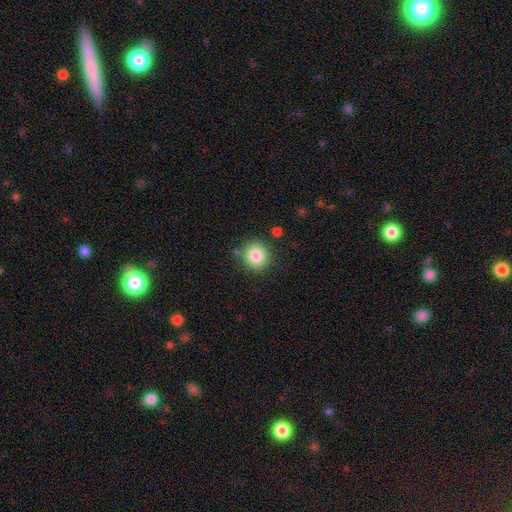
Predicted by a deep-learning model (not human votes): This is clearly a smooth galaxy (85%). How rounded: clearly round (91%). Merging: clearly none (83%).